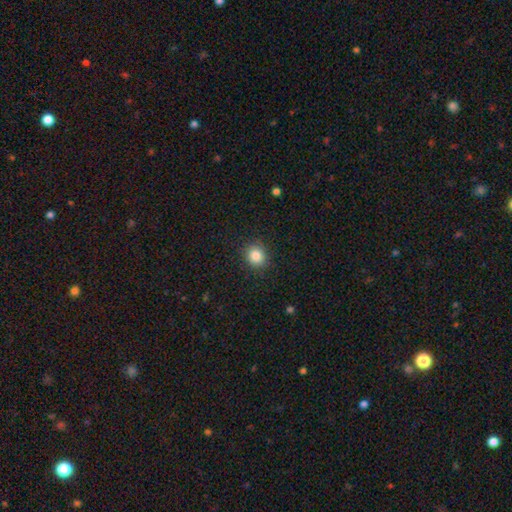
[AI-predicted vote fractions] The model was most divided on "how rounded": round: 78%, in between: 21%, cigar-shaped: 1%. More confident: merging — none (88%); smooth or featured — smooth (85%).